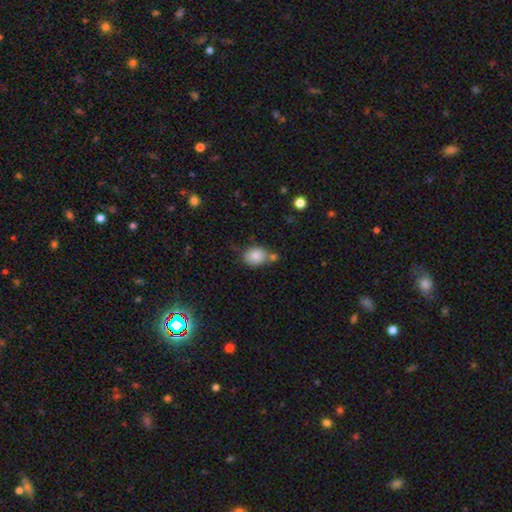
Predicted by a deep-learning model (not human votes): This is clearly a smooth galaxy (84%). How rounded: possibly round (51%). Merging: possibly none (59%).